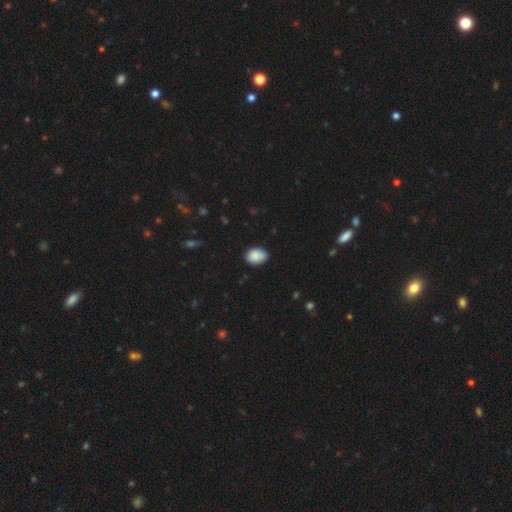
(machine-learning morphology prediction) Q: Smooth or featured?
A: smooth (88%); runner-up: star or artifact (7%)
Q: How rounded?
A: in between (77%); runner-up: round (22%)
Q: Merging?
A: none (82%); runner-up: minor disturbance (15%)